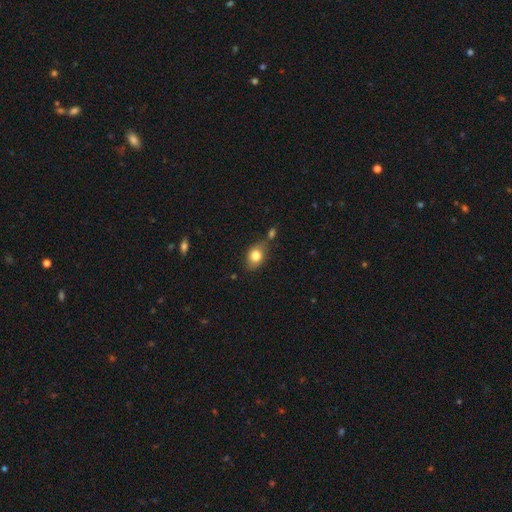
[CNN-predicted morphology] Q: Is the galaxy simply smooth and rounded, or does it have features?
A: smooth — 80%.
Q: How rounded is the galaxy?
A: in between — 72%.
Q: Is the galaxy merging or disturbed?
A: none — 67%.